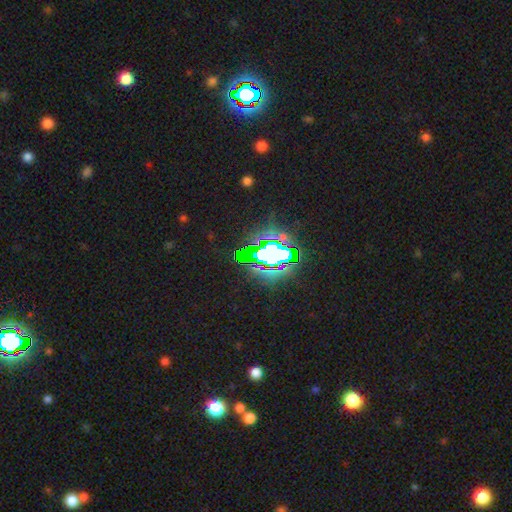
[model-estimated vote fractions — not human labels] The model was most divided on "smooth or featured": star or artifact: 66%, smooth: 21%, featured or disk: 14%.